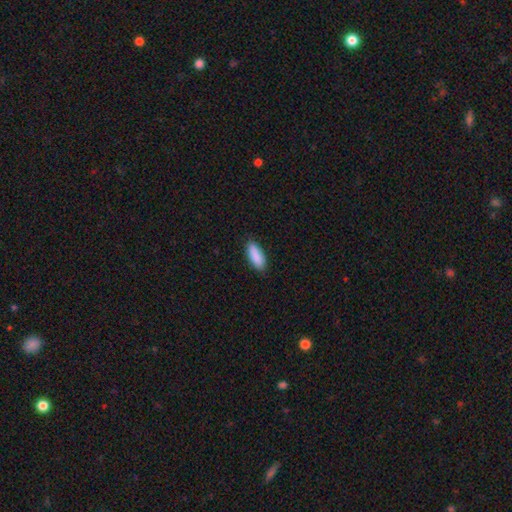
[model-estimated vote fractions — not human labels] Smooth or featured? smooth (90%)
How rounded? in between (73%)
Merging? none (87%)